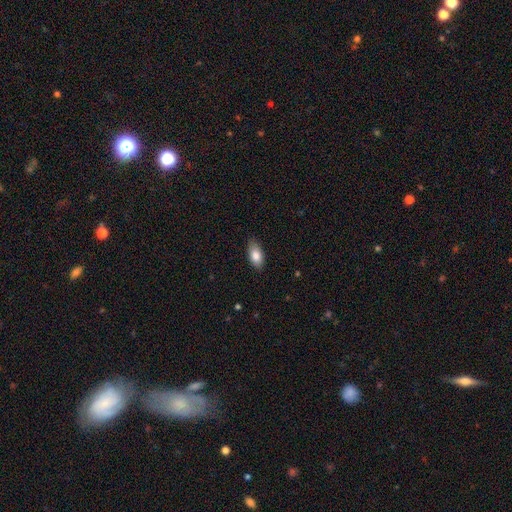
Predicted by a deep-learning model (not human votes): Smooth or featured: smooth — 83% (featured or disk — 11%)
How rounded: in between — 90% (cigar-shaped — 7%)
Merging: none — 83% (minor disturbance — 14%)